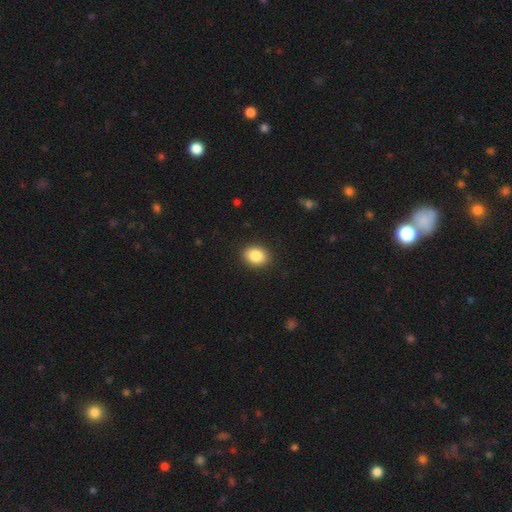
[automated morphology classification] Smooth or featured?
  - smooth: 87% *
  - star or artifact: 8%
  - featured or disk: 5%
How rounded?
  - in between: 64% *
  - round: 35%
  - cigar-shaped: 1%
Merging?
  - none: 90% *
  - minor disturbance: 7%
  - major disturbance: 2%
  - merger: 1%